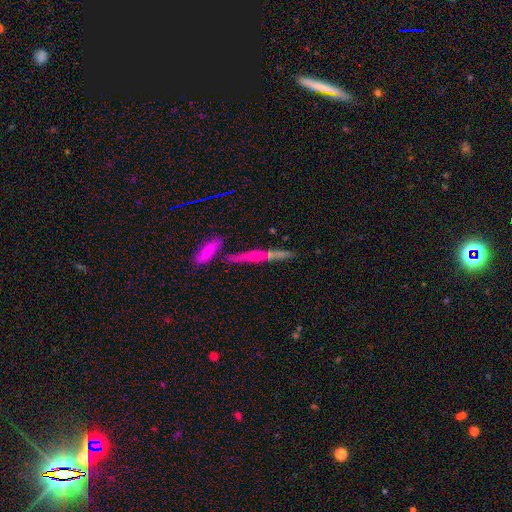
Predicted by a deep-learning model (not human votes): smooth_or_featured: featured or disk (p=0.54) [alt: smooth p=0.36]
disk_edge_on: yes (p=0.90) [alt: no p=0.10]
merging: none (p=0.68) [alt: merger p=0.16]